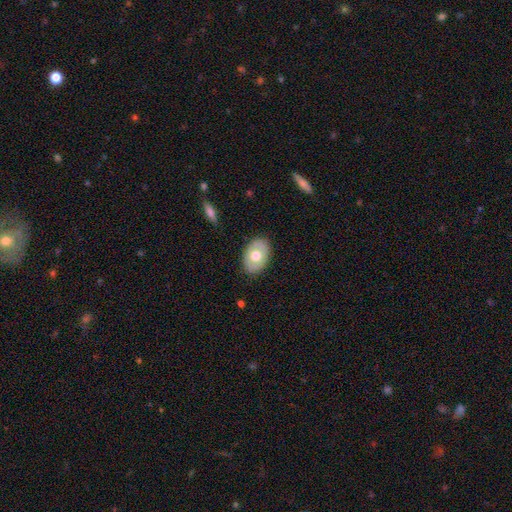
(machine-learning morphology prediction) Smooth or featured? smooth (61%)
How rounded? in between (83%)
Merging? none (85%)